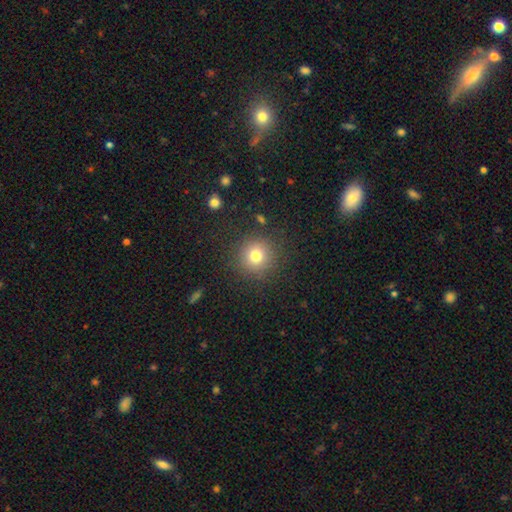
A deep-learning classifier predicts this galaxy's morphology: Q: Smooth or featured?
A: smooth (77%); runner-up: star or artifact (14%)
Q: How rounded?
A: round (93%); runner-up: in between (6%)
Q: Merging?
A: none (87%); runner-up: minor disturbance (8%)